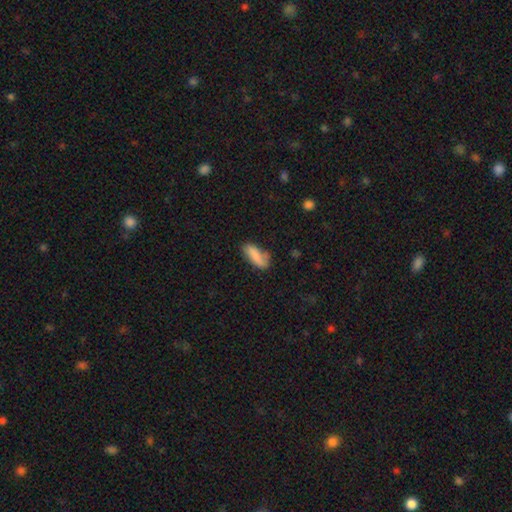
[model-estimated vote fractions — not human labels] Smooth or featured? smooth (79%)
How rounded? in between (76%)
Merging? none (57%)